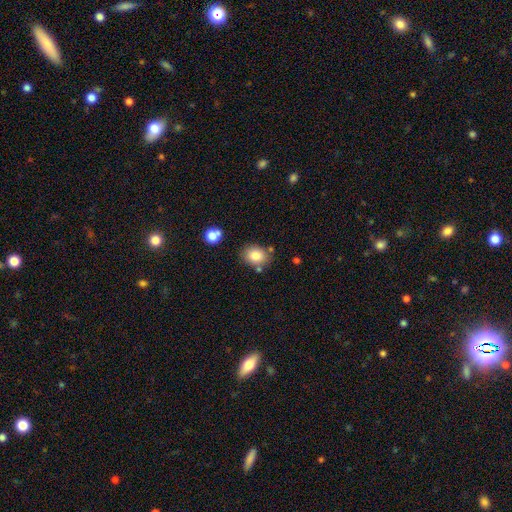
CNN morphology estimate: The model was most divided on "how rounded": in between: 55%, round: 44%, cigar-shaped: 1%. More confident: smooth or featured — smooth (81%); merging — none (75%).